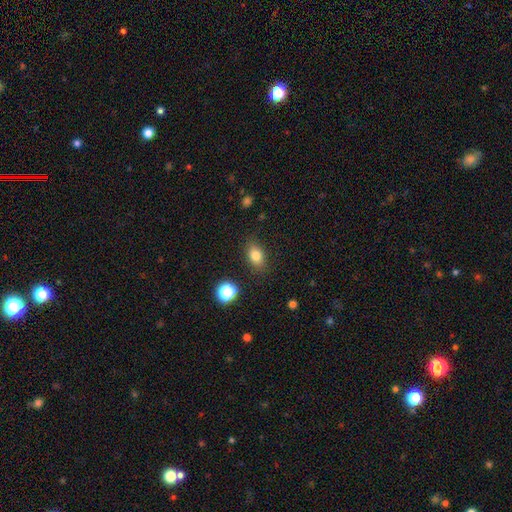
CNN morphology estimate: smooth-or-featured: smooth: 80% | star or artifact: 11% | featured or disk: 9%
  how-rounded: in between: 78% | round: 19% | cigar-shaped: 2%
  merging: none: 84% | minor disturbance: 11% | major disturbance: 3% | merger: 2%